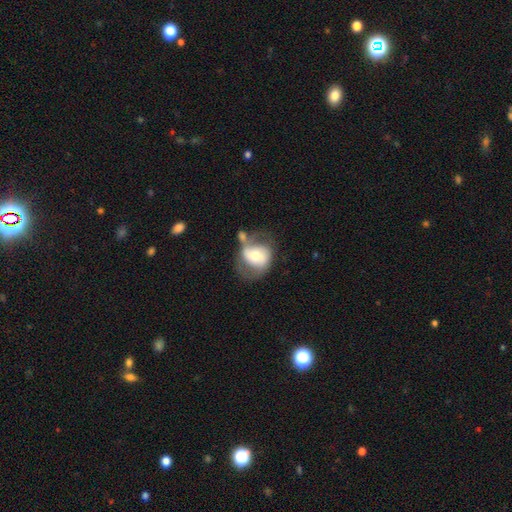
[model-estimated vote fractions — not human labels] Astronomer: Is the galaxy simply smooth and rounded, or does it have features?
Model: featured or disk — 50% (runner-up: smooth, 43%).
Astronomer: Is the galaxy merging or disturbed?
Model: none — 32% (runner-up: merger, 23%).